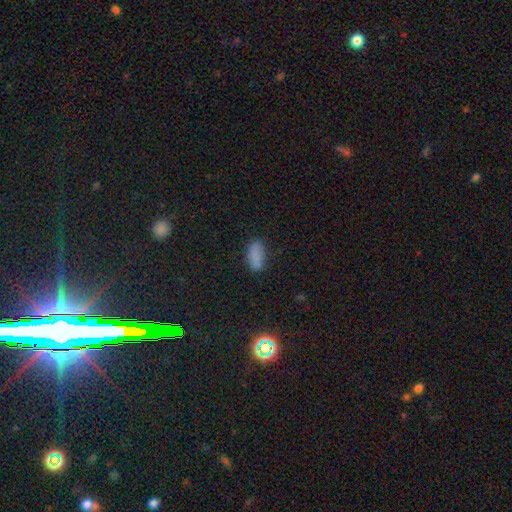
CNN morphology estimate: type=smooth (83%); roundness=in between (88%); merging=none (79%).